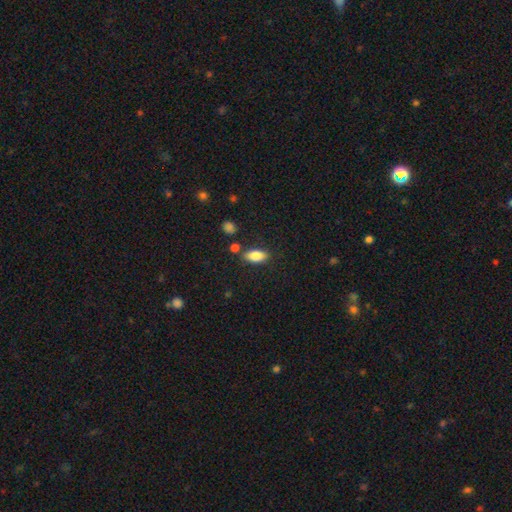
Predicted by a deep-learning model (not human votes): Morphology: type=smooth (85%); roundness=in between (88%); merging=none (80%).